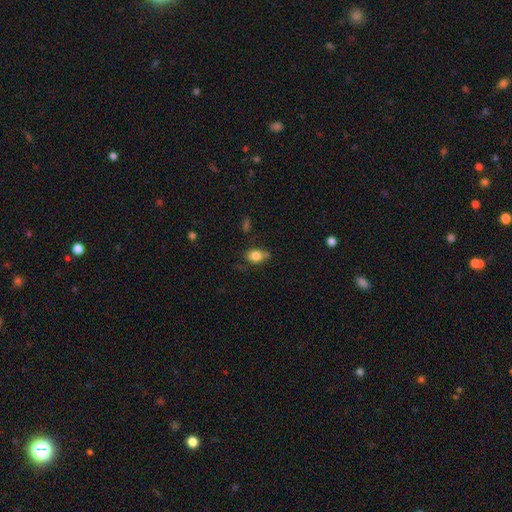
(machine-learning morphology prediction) A smooth galaxy with no disk features (82%) that is in between round and cigar-shaped (70%). Merging: none (58%).